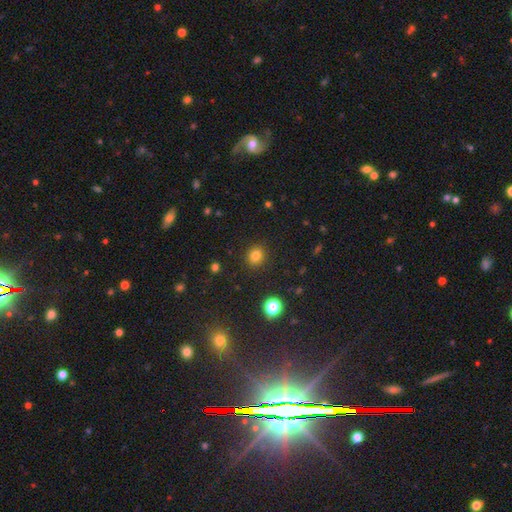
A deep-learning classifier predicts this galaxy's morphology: Overall: smooth (80%). How rounded: round (80%). Merging: none (90%).